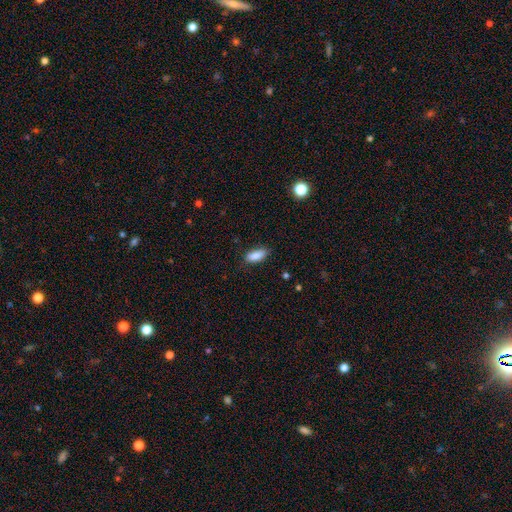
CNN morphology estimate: Overall: smooth (87%). How rounded: in between (81%). Merging: none (80%).